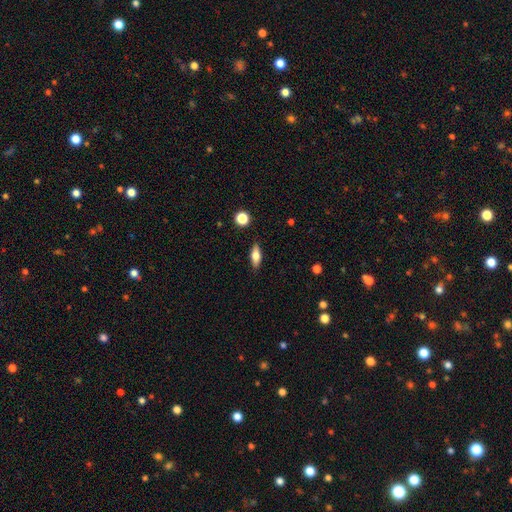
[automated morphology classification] Q: Smooth or featured?
A: smooth (65%); runner-up: featured or disk (28%)
Q: How rounded?
A: in between (70%); runner-up: cigar-shaped (26%)
Q: Merging?
A: none (87%); runner-up: minor disturbance (9%)